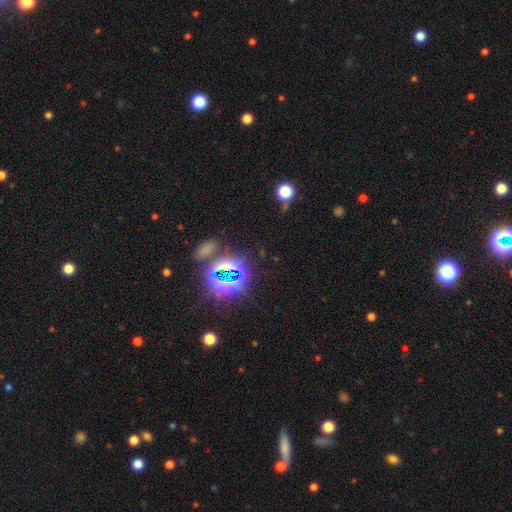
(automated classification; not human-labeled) Smooth or featured? star or artifact (77%)